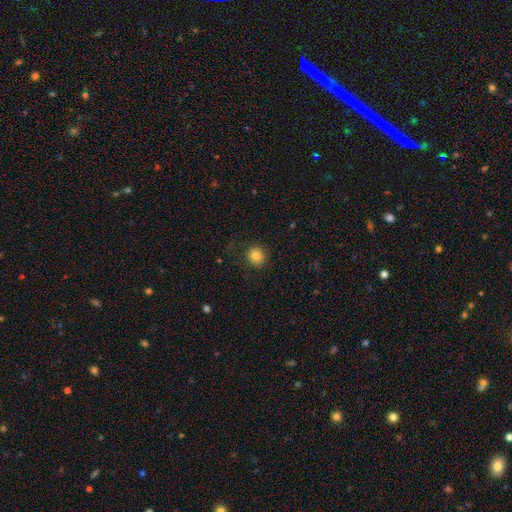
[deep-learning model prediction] smooth_or_featured: smooth (p=0.84) [alt: star or artifact p=0.11]
how_rounded: round (p=0.91) [alt: in between p=0.08]
merging: none (p=0.88) [alt: minor disturbance p=0.08]